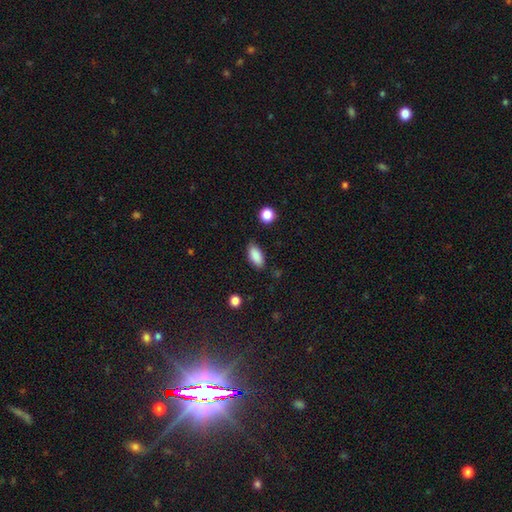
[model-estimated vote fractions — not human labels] smooth-or-featured: smooth: 88% | star or artifact: 7% | featured or disk: 5%
  how-rounded: in between: 88% | cigar-shaped: 9% | round: 3%
  merging: none: 81% | minor disturbance: 14% | major disturbance: 3% | merger: 2%